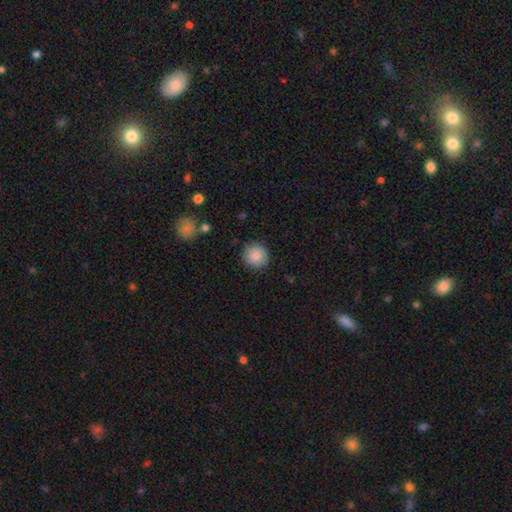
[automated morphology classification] This appears to be a smooth galaxy with no disk features (87%) that is round (95%). Merging: none (89%).